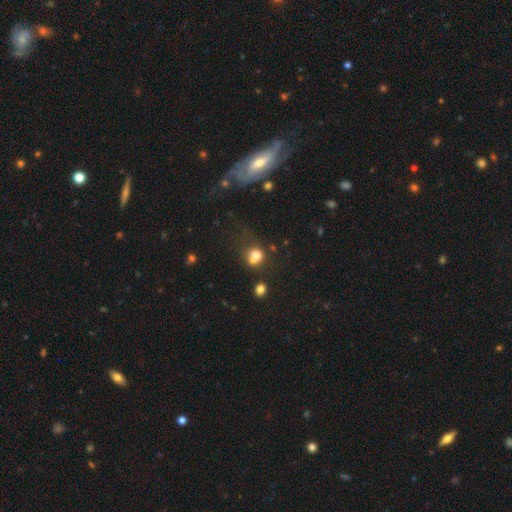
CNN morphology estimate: Smooth or featured: smooth — 69% (featured or disk — 16%)
How rounded: round — 67% (in between — 31%)
Merging: merger — 49% (none — 30%)